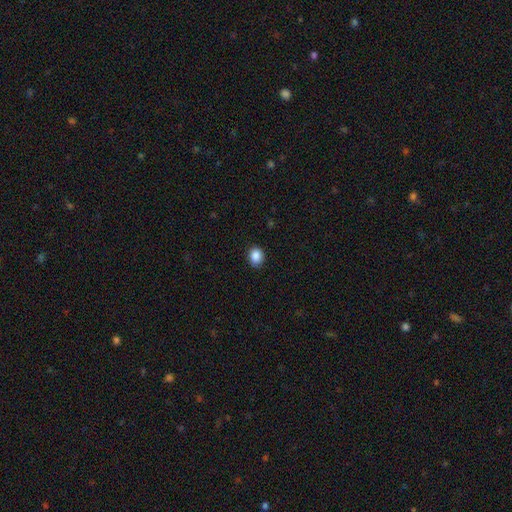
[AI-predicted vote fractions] The model was most divided on "how rounded": round: 55%, in between: 44%, cigar-shaped: 1%. More confident: smooth or featured — smooth (88%); merging — none (87%).